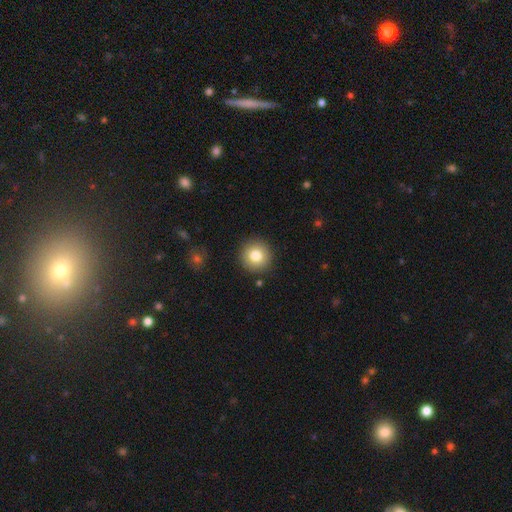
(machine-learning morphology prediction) The model was most divided on "smooth or featured": smooth: 80%, star or artifact: 10%, featured or disk: 10%. More confident: how rounded — round (95%); merging — none (90%).